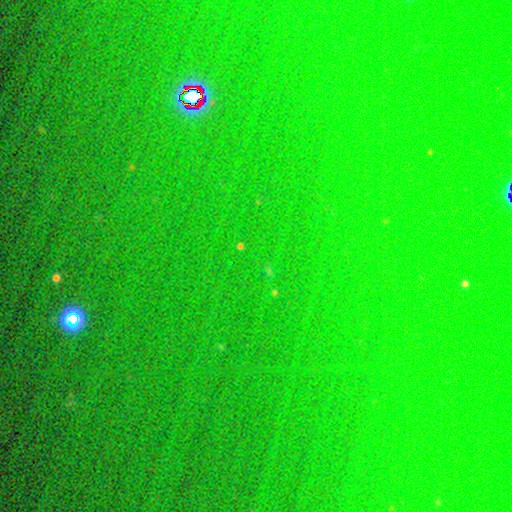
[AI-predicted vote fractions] Q: Smooth or featured?
A: star or artifact (80%); runner-up: smooth (12%)